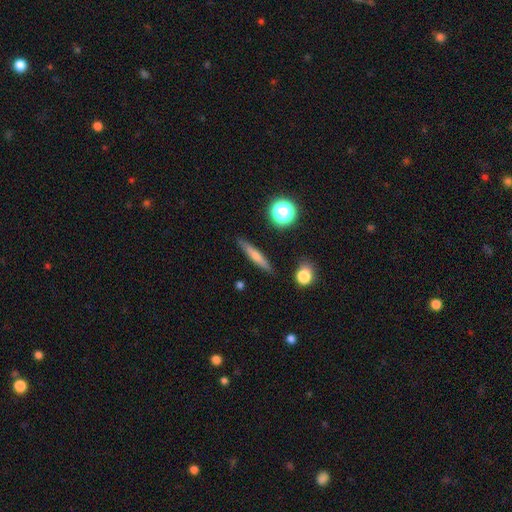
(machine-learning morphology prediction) The model was most divided on "smooth or featured": smooth: 57%, featured or disk: 34%, star or artifact: 9%. More confident: how rounded — cigar-shaped (88%); merging — none (88%).